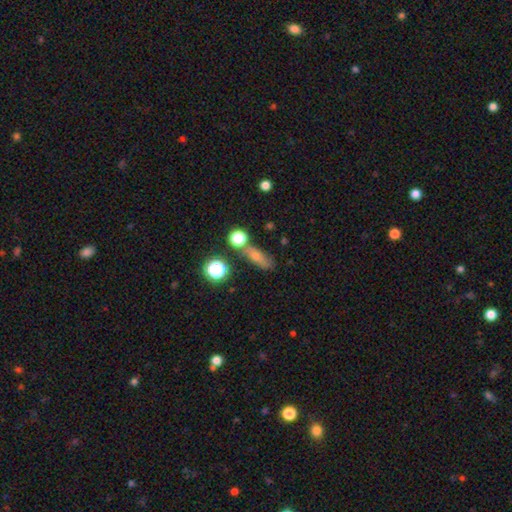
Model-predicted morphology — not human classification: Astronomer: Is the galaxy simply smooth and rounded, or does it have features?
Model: smooth — 66%.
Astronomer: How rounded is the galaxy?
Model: in between — 46% (runner-up: cigar-shaped, 36%).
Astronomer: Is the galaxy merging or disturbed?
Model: none — 62%.